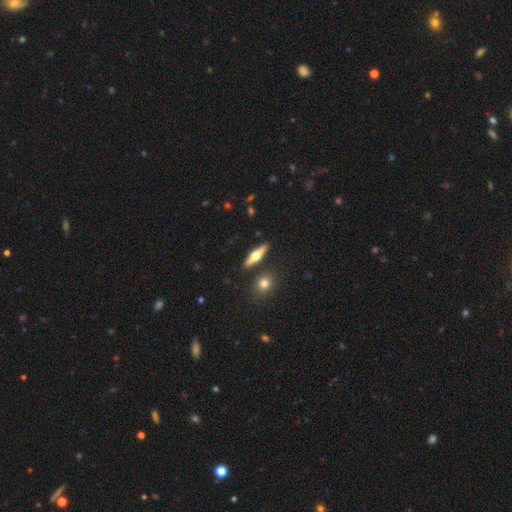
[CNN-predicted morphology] This appears to be a featured or disk galaxy (57%) viewed edge-on (93%) with a rounded central bulge (95%). Merging: none (85%).